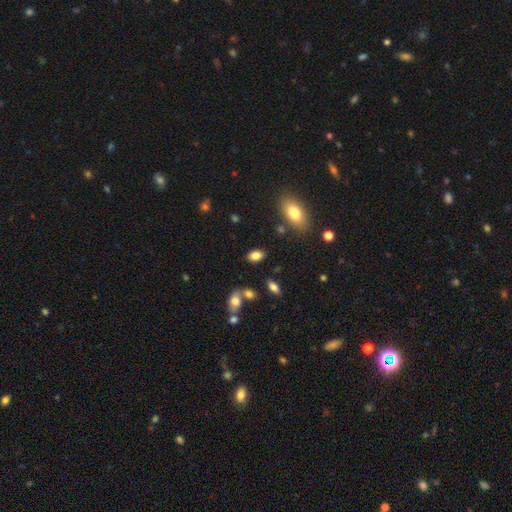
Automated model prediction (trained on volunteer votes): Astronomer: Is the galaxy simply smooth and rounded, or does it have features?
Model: smooth — 83%.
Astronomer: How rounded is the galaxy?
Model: in between — 87%.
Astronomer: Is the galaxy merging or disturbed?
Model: none — 81%.